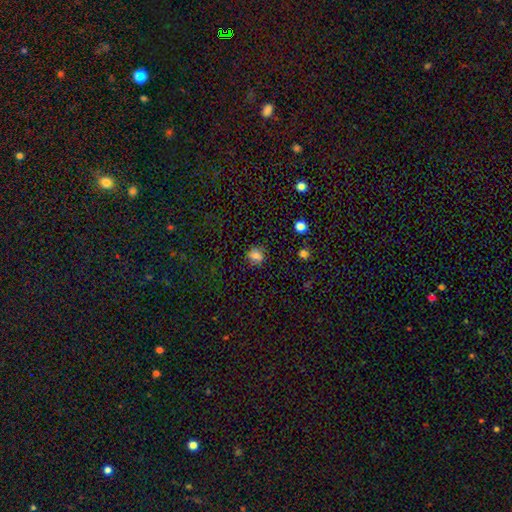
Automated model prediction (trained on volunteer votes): smooth_or_featured: smooth (p=0.80) [alt: star or artifact p=0.14]
how_rounded: round (p=0.72) [alt: in between p=0.26]
merging: none (p=0.82) [alt: minor disturbance p=0.13]